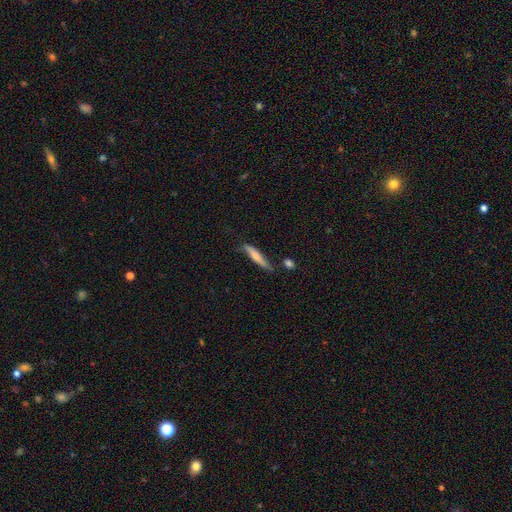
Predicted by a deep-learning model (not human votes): This appears to be a smooth galaxy with no disk features (61%) that is cigar-shaped (87%). Merging: none (60%).